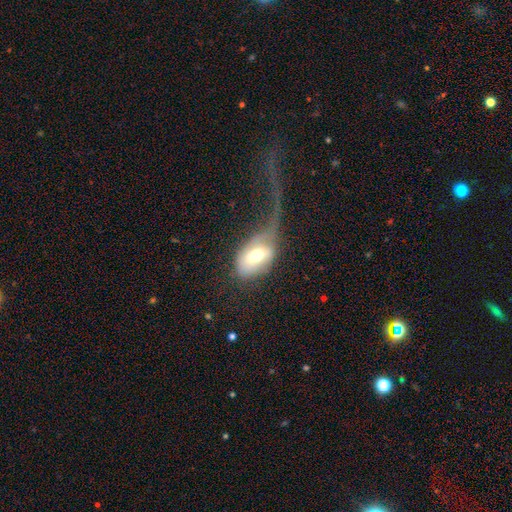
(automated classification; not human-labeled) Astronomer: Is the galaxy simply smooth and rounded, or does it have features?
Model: smooth — 63%.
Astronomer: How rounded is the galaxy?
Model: in between — 88%.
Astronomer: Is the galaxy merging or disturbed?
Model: major disturbance — 61%.